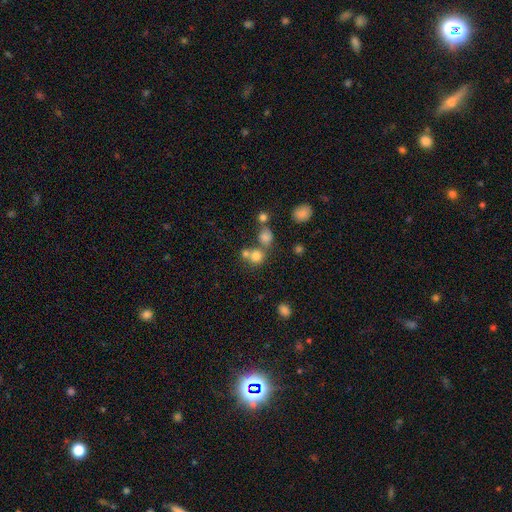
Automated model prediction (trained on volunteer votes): A smooth galaxy with no disk features (74%) that is round (85%).

Vote fractions:
- Smooth or featured? smooth: 74% / star or artifact: 16% / featured or disk: 10%
- How rounded? round: 85% / in between: 14% / cigar-shaped: 1%
- Merging? none: 51% / merger: 37% / minor disturbance: 8% / major disturbance: 4%